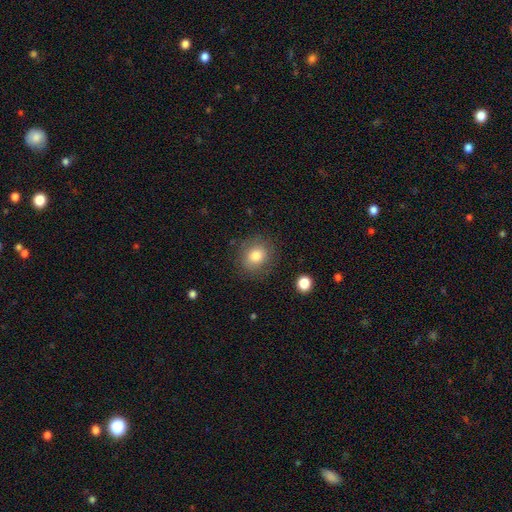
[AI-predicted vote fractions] Overall: smooth (80%). How rounded: round (70%). Merging: none (82%).